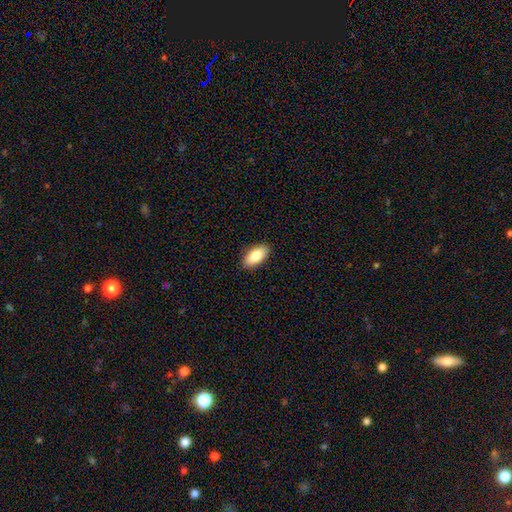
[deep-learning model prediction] Smooth or featured? smooth (83%)
How rounded? in between (92%)
Merging? none (90%)